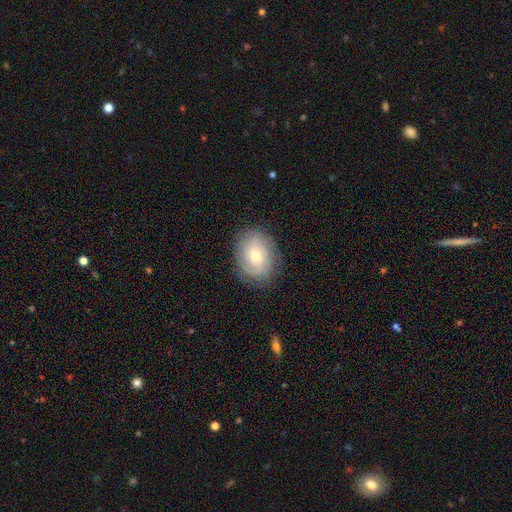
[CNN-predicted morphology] Smooth or featured?
  - featured or disk: 60% *
  - smooth: 33%
  - star or artifact: 7%
Edge-on disk?
  - no: 97% *
  - yes: 3%
Bar?
  - no: 73% *
  - weak: 24%
  - strong: 3%
Spiral arms?
  - yes: 87% *
  - no: 13%
Spiral winding?
  - tight: 63% *
  - medium: 28%
  - loose: 8%
Spiral arm count?
  - can't tell: 39% *
  - 2: 31%
  - 3: 15%
  - 1: 7%
  - 4: 5%
  - more than 4: 4%
Bulge size?
  - small: 54% *
  - moderate: 40%
  - large: 3%
  - none: 2%
  - dominant: 1%
Merging?
  - none: 79% *
  - minor disturbance: 14%
  - major disturbance: 5%
  - merger: 1%